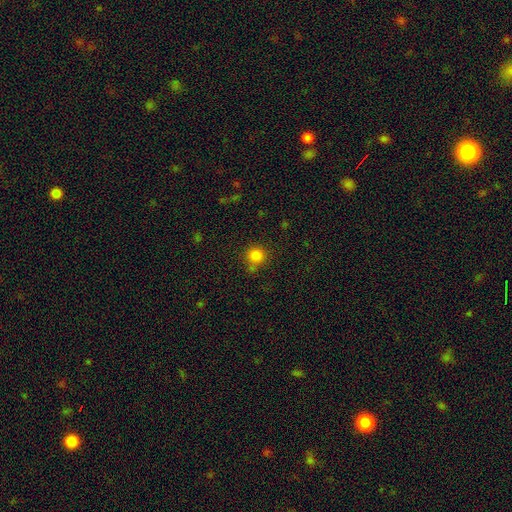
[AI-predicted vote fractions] Overall: smooth (83%). How rounded: round (92%). Merging: none (73%).